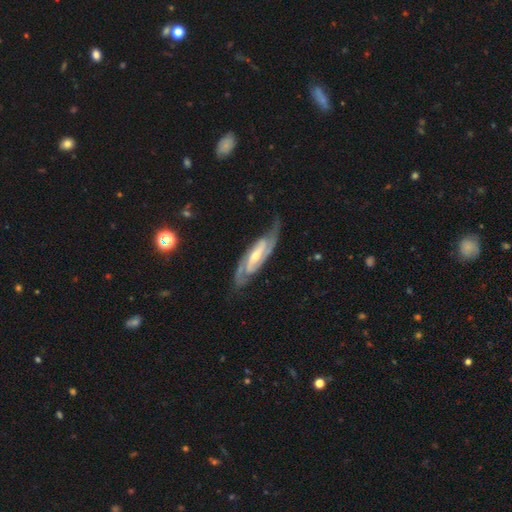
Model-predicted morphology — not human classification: Smooth or featured? featured or disk (91%)
Edge-on disk? no (91%)
Bar? strong (44%)
Spiral arms? yes (98%)
Spiral winding? medium (48%)
Spiral arm count? 2 (90%)
Bulge size? moderate (48%)
Merging? none (77%)